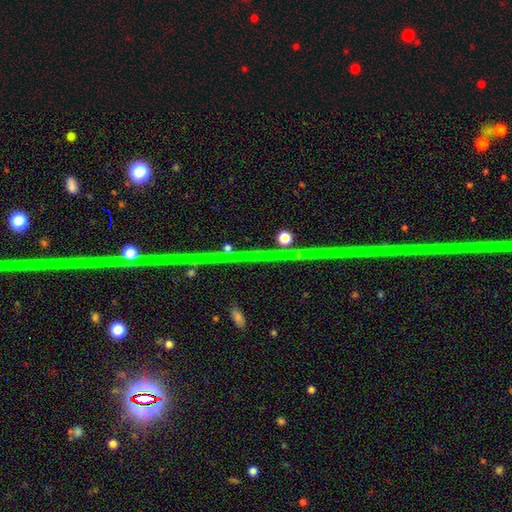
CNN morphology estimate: star or artifact 81%, featured or disk 12%, smooth 7%.